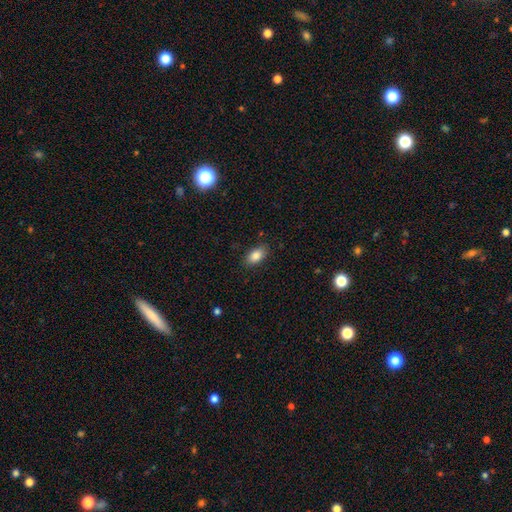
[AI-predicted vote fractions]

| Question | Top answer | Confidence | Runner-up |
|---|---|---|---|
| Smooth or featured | smooth | 86% | star or artifact (8%) |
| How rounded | in between | 91% | round (6%) |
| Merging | none | 85% | minor disturbance (11%) |